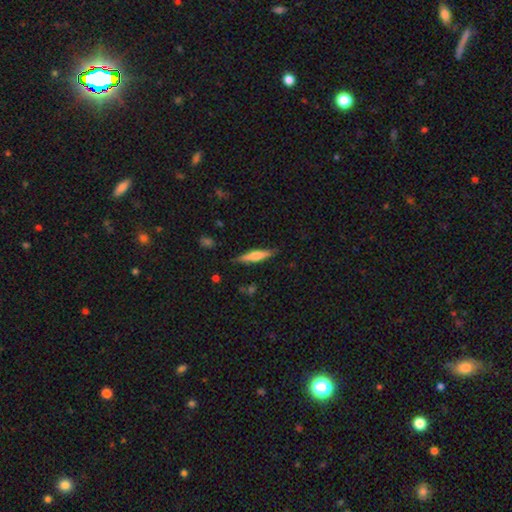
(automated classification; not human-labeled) A smooth galaxy with no disk features (50%). Merging: none (86%).